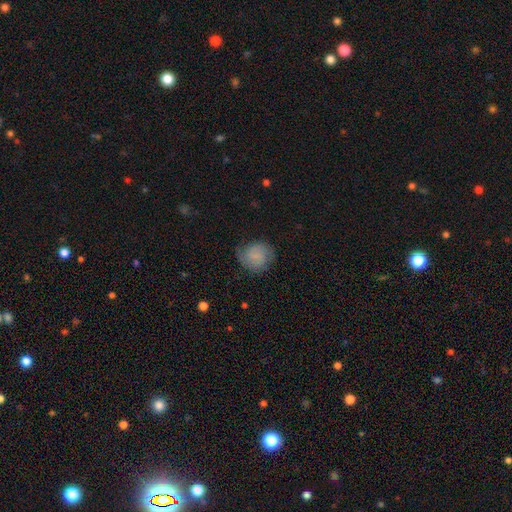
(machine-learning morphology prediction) Smooth or featured: smooth — 66% (featured or disk — 25%)
How rounded: round — 79% (in between — 20%)
Merging: none — 68% (minor disturbance — 22%)